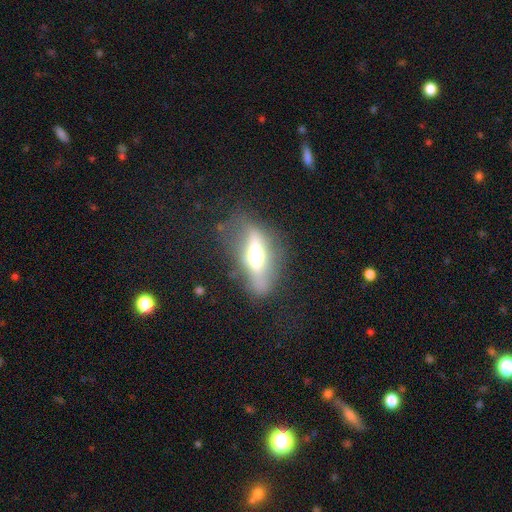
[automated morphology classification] smooth-or-featured: featured or disk: 59% | smooth: 32% | star or artifact: 9%
  disk-edge-on: yes: 65% | no: 35%
  merging: none: 65% | minor disturbance: 18% | major disturbance: 14% | merger: 3%